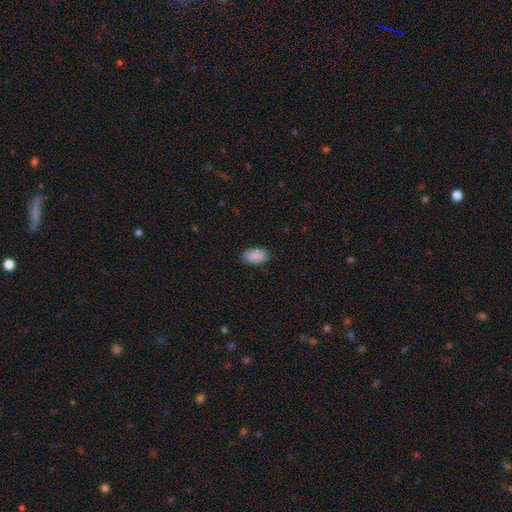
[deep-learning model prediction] Overall: smooth (90%). How rounded: in between (94%). Merging: none (86%).